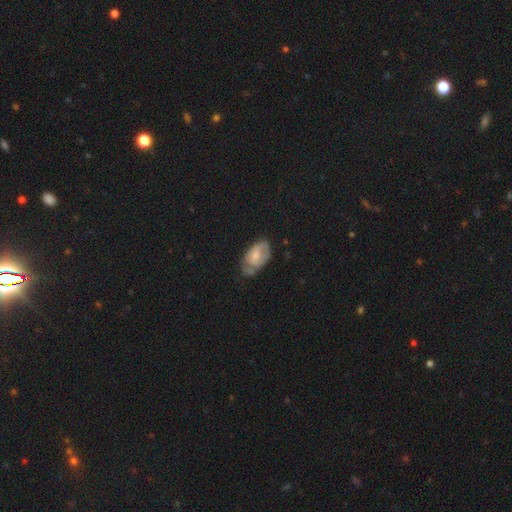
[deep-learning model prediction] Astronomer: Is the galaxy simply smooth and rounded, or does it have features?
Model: smooth — 51% (runner-up: featured or disk, 42%).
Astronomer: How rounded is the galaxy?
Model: in between — 92%.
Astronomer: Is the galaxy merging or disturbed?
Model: none — 43% (runner-up: minor disturbance, 37%).